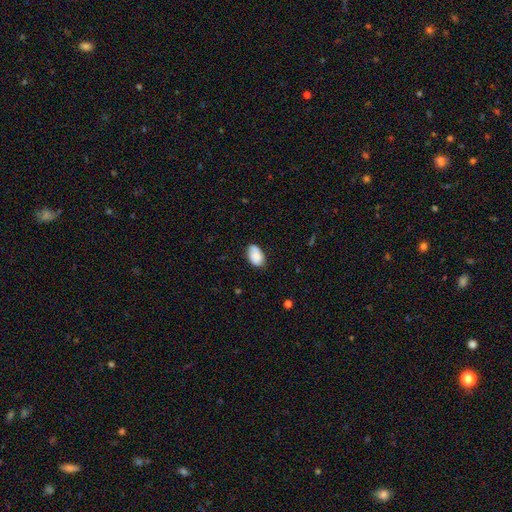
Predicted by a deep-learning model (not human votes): smooth-or-featured: smooth: 82% | featured or disk: 11% | star or artifact: 7%
  how-rounded: in between: 91% | round: 7% | cigar-shaped: 1%
  merging: none: 73% | minor disturbance: 21% | major disturbance: 4% | merger: 2%